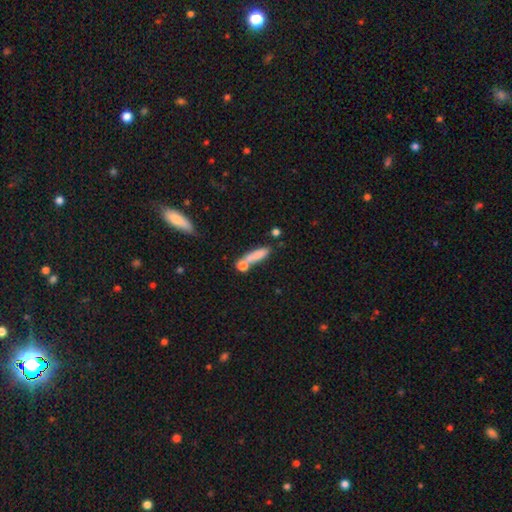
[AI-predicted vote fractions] A smooth galaxy with no disk features (77%) that is cigar-shaped (66%). Merging: none (54%).